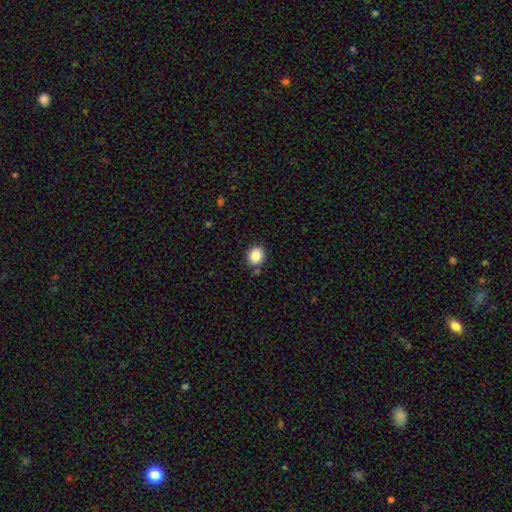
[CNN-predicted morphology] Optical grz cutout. It shows a smooth galaxy with no disk features (86%) that is round (74%). Merging: none (82%).